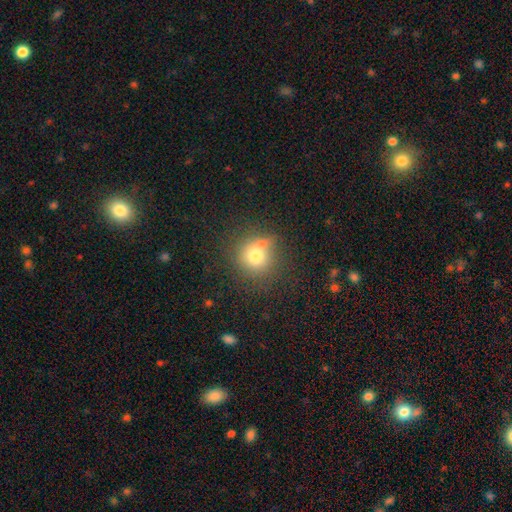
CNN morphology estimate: Q: Smooth or featured?
A: smooth (74%); runner-up: star or artifact (13%)
Q: How rounded?
A: round (89%); runner-up: in between (10%)
Q: Merging?
A: none (60%); runner-up: merger (17%)